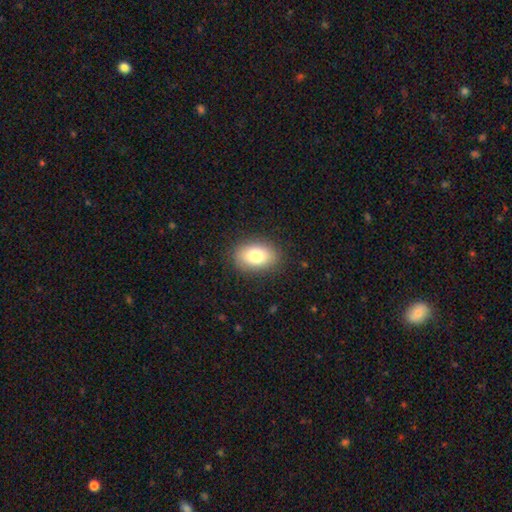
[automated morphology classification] Smooth or featured: smooth — 79% (featured or disk — 12%)
How rounded: in between — 84% (round — 15%)
Merging: none — 86% (minor disturbance — 10%)